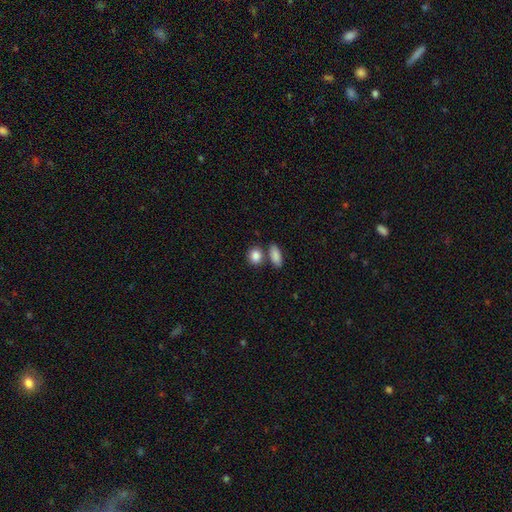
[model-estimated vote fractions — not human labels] This appears to be a smooth galaxy with no disk features (87%) that is round (50%). Merging: none (63%).